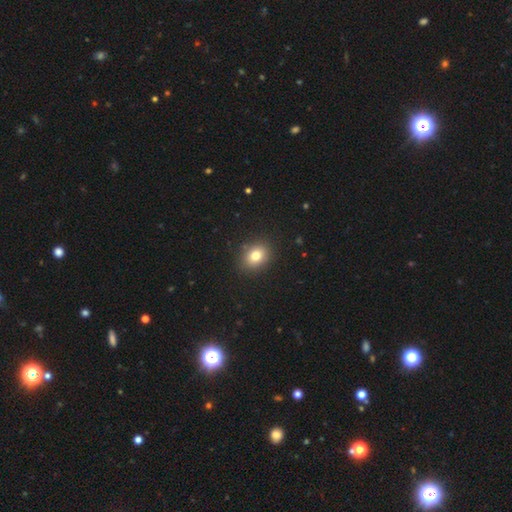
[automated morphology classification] Overall: smooth (79%). How rounded: round (50%; in between 49%). Merging: none (88%).